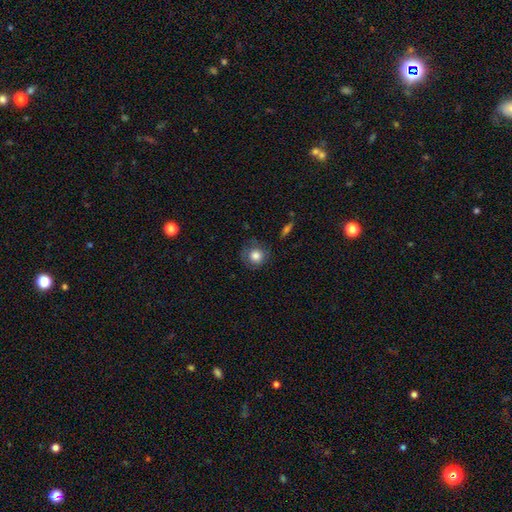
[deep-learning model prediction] Overall: smooth (79%). How rounded: round (90%). Merging: none (73%).